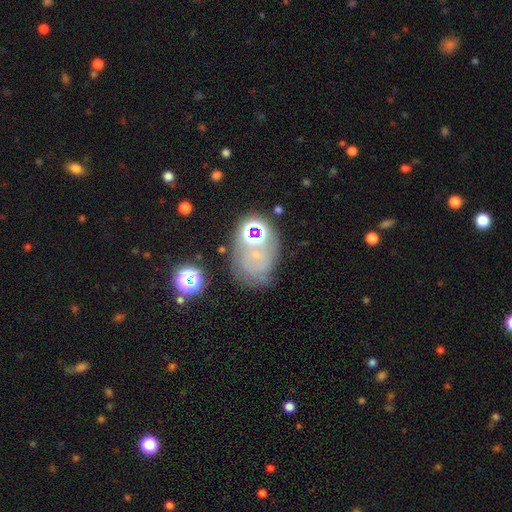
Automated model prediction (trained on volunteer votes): Q: Smooth or featured?
A: featured or disk (42%); runner-up: star or artifact (32%)
Q: Merging?
A: none (54%); runner-up: minor disturbance (19%)